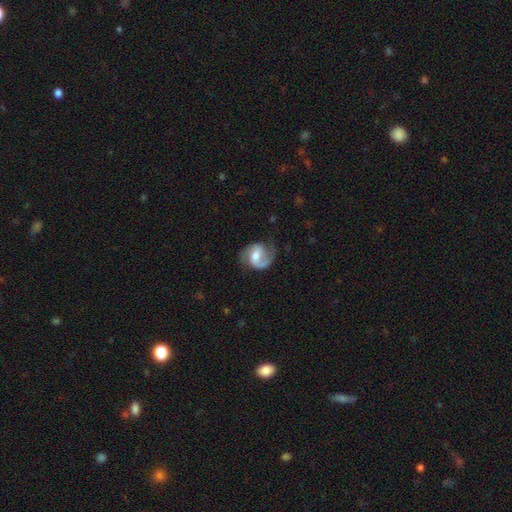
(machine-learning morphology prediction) Smooth or featured: featured or disk — 76% (smooth — 18%)
Edge-on disk: no — 98% (yes — 2%)
Bar: weak — 48% (no — 31%)
Spiral arms: yes — 94% (no — 6%)
Spiral winding: medium — 48% (loose — 31%)
Spiral arm count: 2 — 67% (1 — 26%)
Bulge size: moderate — 58% (small — 22%)
Merging: none — 62% (minor disturbance — 22%)